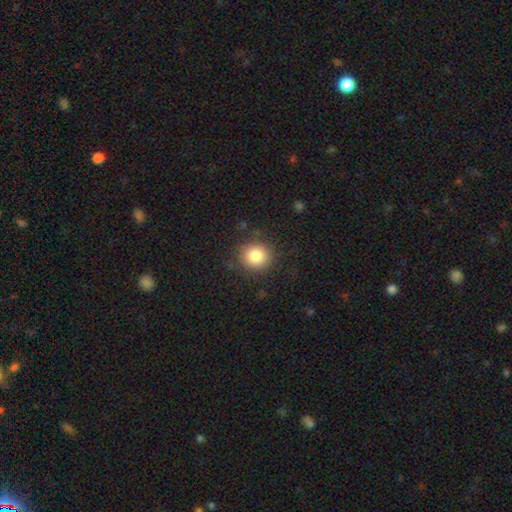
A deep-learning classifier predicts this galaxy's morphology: The model was most divided on "smooth or featured": smooth: 83%, star or artifact: 10%, featured or disk: 7%. More confident: how rounded — round (89%); merging — none (86%).